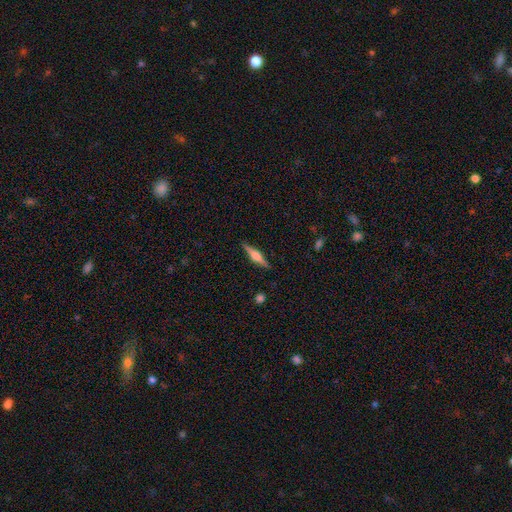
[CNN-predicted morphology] Smooth or featured? featured or disk (66%)
Edge-on disk? yes (98%)
Edge-on bulge? rounded (82%)
Merging? none (90%)